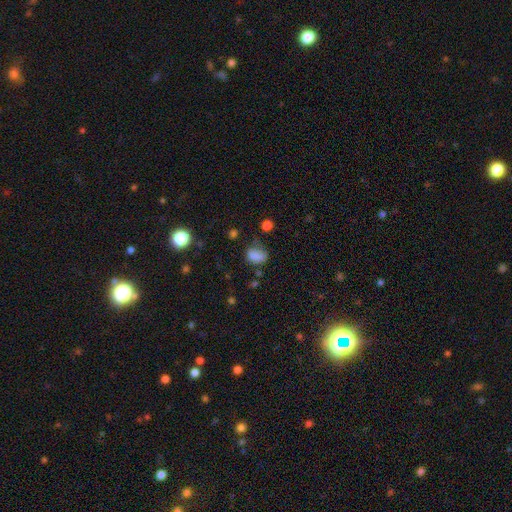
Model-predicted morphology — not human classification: A smooth galaxy with no disk features (80%) that is in between round and cigar-shaped (75%). Merging: none (51%).